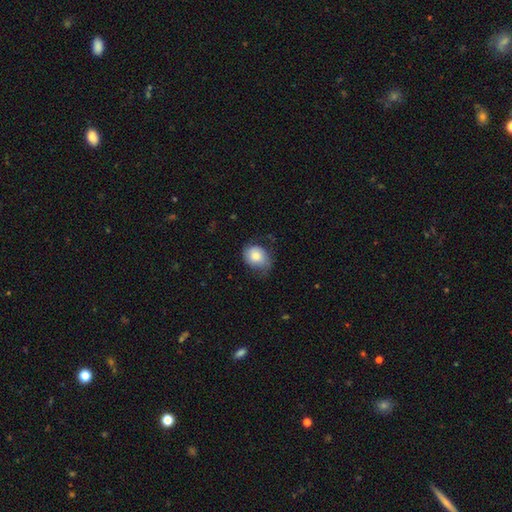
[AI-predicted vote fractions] Smooth or featured? Predicted: smooth (p=0.80). How rounded? Predicted: in between (p=0.55). Merging? Predicted: none (p=0.54).